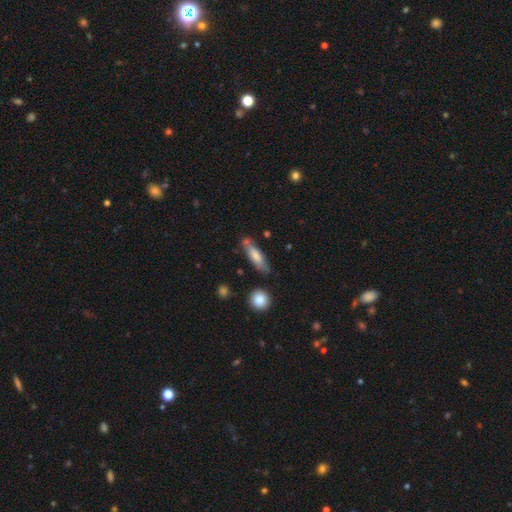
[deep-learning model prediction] Overall: smooth (69%). How rounded: cigar-shaped (68%; in between 30%). Merging: none (68%).